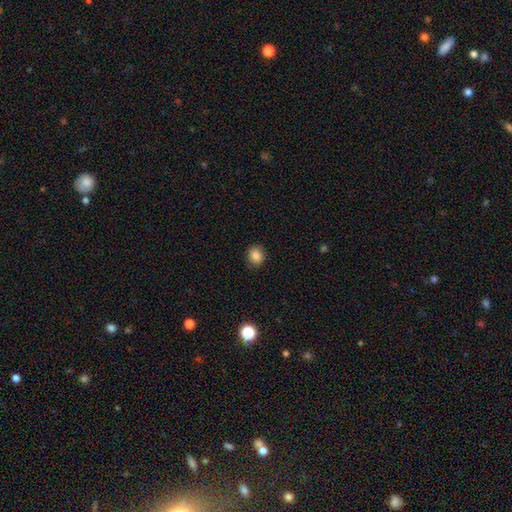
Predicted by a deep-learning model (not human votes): Smooth or featured: smooth — 84% (star or artifact — 11%)
How rounded: round — 66% (in between — 33%)
Merging: none — 88% (minor disturbance — 9%)